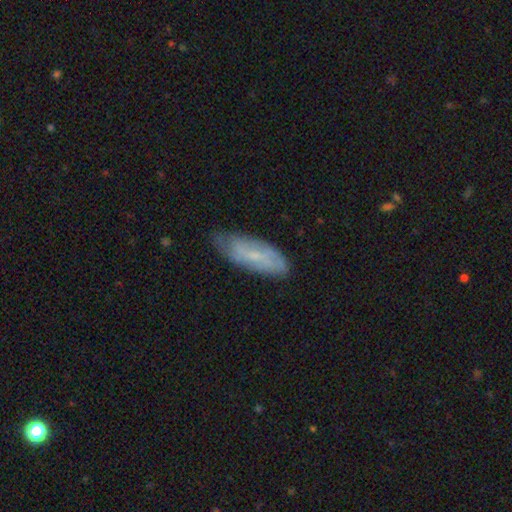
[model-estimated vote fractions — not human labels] This is possibly a featured or disk galaxy (48%). Merging: likely none (70%).